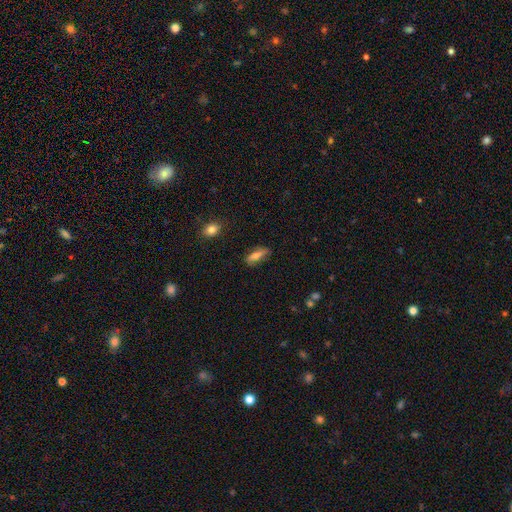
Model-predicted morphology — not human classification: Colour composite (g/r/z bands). It shows a smooth galaxy with no disk features (64%) that is in between round and cigar-shaped (55%). Merging: none (81%).